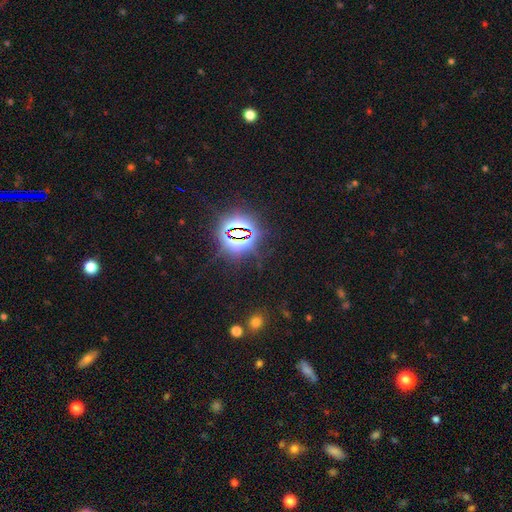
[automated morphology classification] Smooth or featured?
  - star or artifact: 81% *
  - smooth: 12%
  - featured or disk: 7%